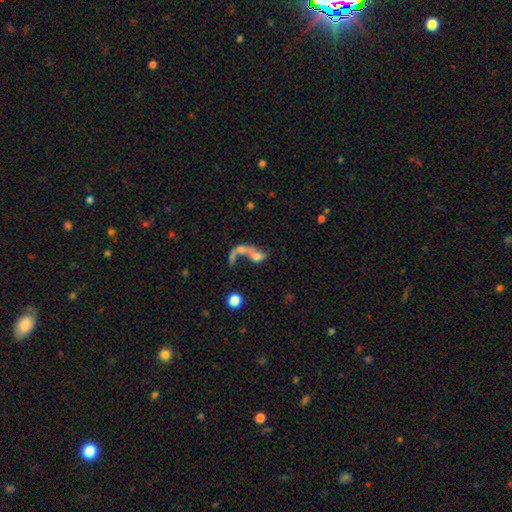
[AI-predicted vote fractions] A smooth galaxy with no disk features (51%) that is in between round and cigar-shaped (65%).

Vote fractions:
- Smooth or featured? smooth: 51% / featured or disk: 36% / star or artifact: 13%
- How rounded? in between: 65% / round: 22% / cigar-shaped: 13%
- Merging? merger: 53% / major disturbance: 25% / none: 15% / minor disturbance: 7%